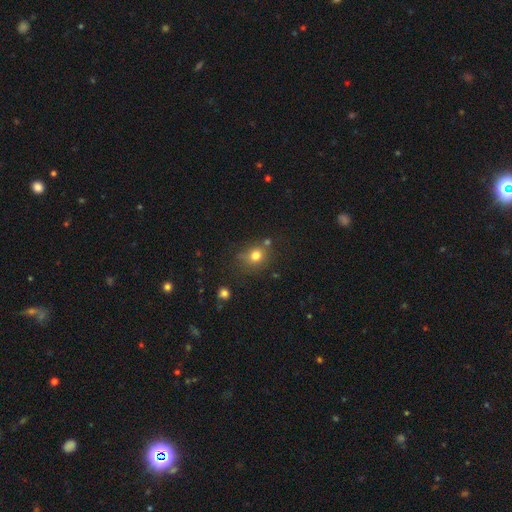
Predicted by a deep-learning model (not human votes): The model was most divided on "merging": none: 67%, minor disturbance: 18%, merger: 9%, major disturbance: 6%. More confident: smooth or featured — smooth (76%); how rounded — round (75%).